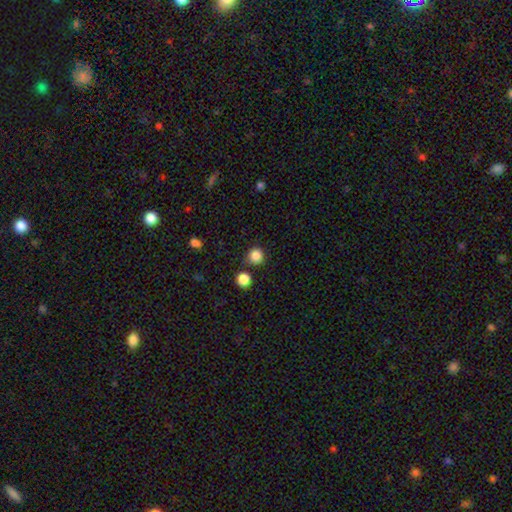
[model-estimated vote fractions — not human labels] A smooth galaxy with no disk features (85%) that is round (93%). Merging: none (81%).